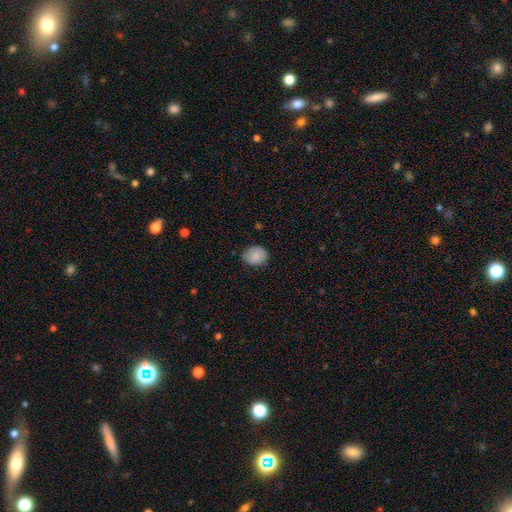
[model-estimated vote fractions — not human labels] Smooth or featured?
  - smooth: 86% *
  - star or artifact: 7%
  - featured or disk: 6%
How rounded?
  - round: 59% *
  - in between: 40%
  - cigar-shaped: 1%
Merging?
  - none: 78% *
  - minor disturbance: 18%
  - major disturbance: 3%
  - merger: 1%